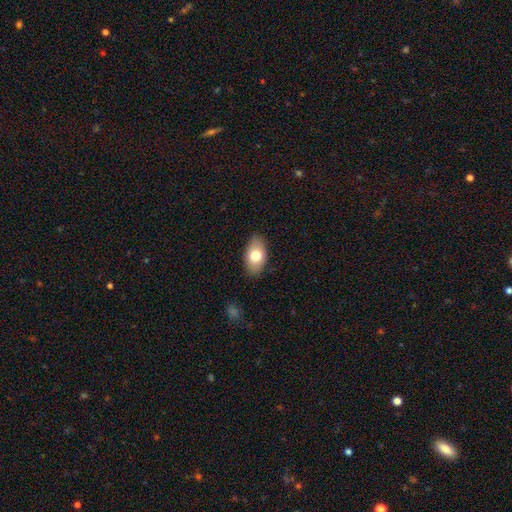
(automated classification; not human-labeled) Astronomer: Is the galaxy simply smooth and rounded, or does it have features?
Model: smooth — 74%.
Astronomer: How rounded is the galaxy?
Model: in between — 91%.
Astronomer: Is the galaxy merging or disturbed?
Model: none — 85%.